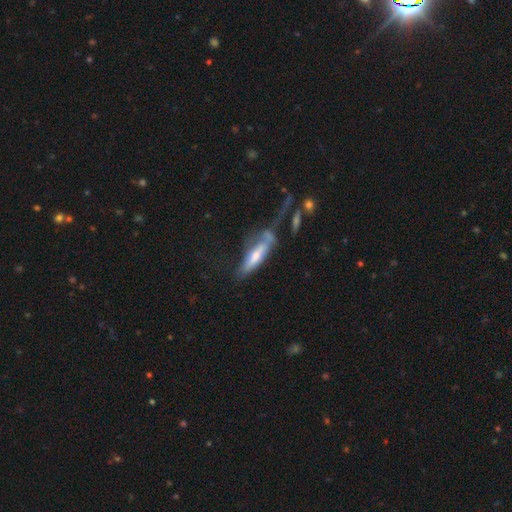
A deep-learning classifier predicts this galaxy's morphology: Smooth or featured: smooth — 47% (featured or disk — 45%)
Merging: none — 34% (major disturbance — 25%)